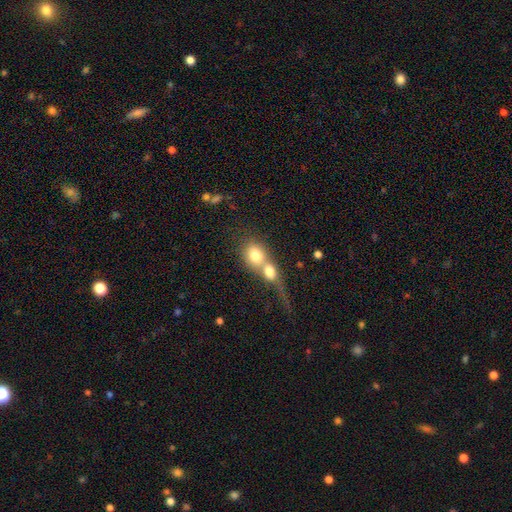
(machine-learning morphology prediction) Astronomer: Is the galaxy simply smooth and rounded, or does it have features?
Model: smooth — 72%.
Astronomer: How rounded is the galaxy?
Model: round — 55% (runner-up: in between, 41%).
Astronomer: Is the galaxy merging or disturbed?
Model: merger — 74%.